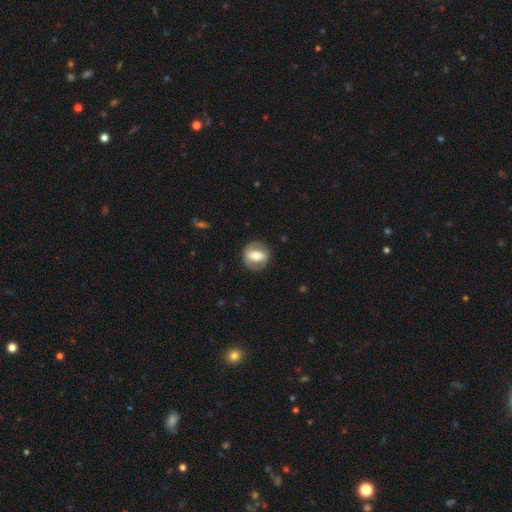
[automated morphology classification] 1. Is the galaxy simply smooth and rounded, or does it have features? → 47% featured or disk, 46% smooth, 7% star or artifact.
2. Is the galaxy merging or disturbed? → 83% none, 11% minor disturbance, 5% major disturbance, 1% merger.